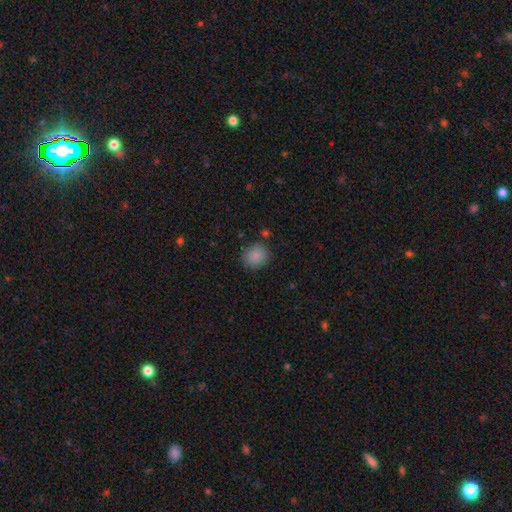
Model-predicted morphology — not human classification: Overall: smooth (87%). How rounded: round (83%). Merging: none (83%).